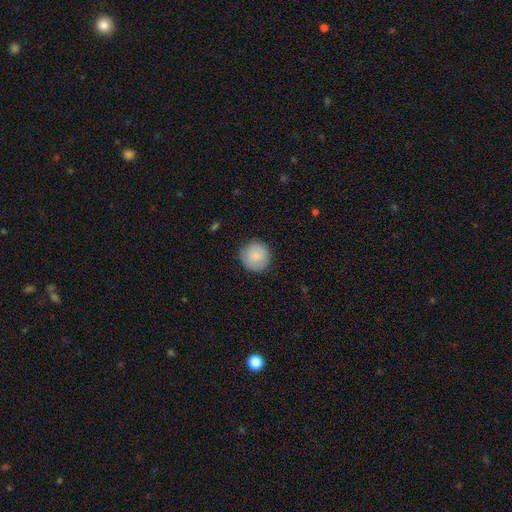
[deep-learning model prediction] This is clearly a smooth galaxy (83%). How rounded: clearly round (95%). Merging: clearly none (87%).